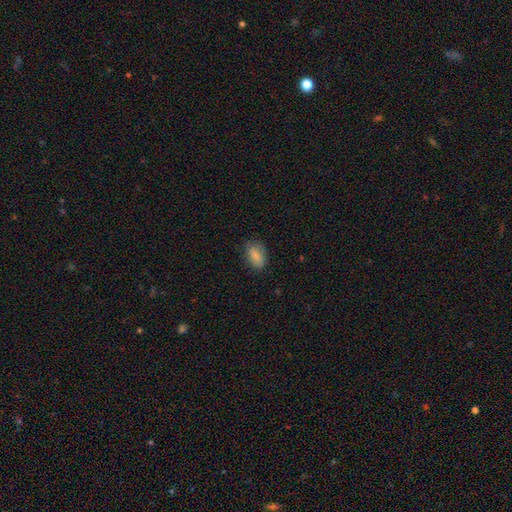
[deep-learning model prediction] smooth 86%, star or artifact 8%, featured or disk 6%. Down the decision tree: how rounded — in between (89%); merging — none (77%).